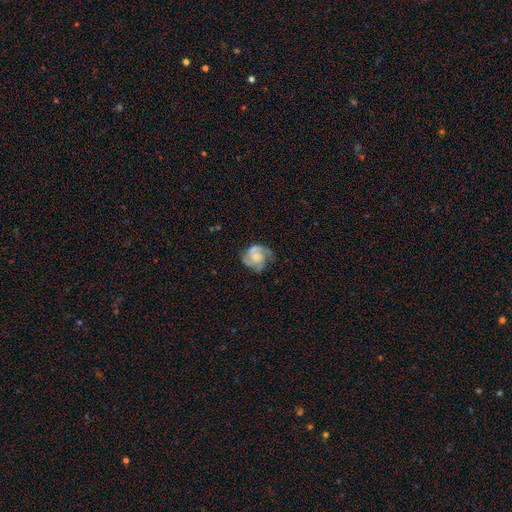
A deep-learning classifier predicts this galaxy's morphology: smooth-or-featured: featured or disk: 76% | smooth: 17% | star or artifact: 6%
  disk-edge-on: no: 98% | yes: 2%
    bar: no: 71% | weak: 25% | strong: 4%
    has-spiral-arms: yes: 94% | no: 6%
      spiral-winding: medium: 47% | tight: 38% | loose: 15%
      spiral-arm-count: 3: 41% | 2: 34% | can't tell: 12% | 4: 5% | 1: 5% | more than 4: 3%
    bulge-size: moderate: 39% | small: 36% | none: 14% | large: 9% | dominant: 2%
  merging: none: 62% | minor disturbance: 22% | major disturbance: 13% | merger: 2%